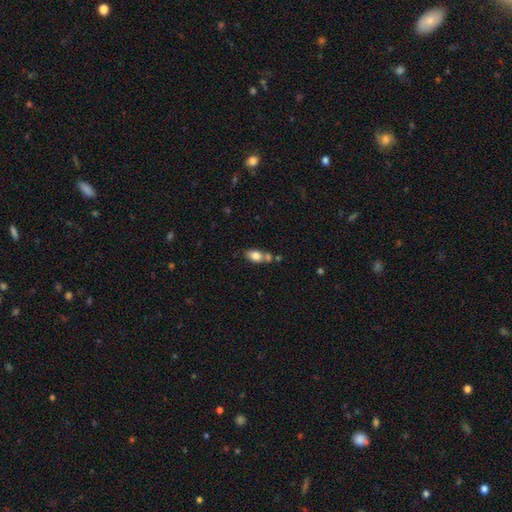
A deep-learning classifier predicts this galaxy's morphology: Q: Smooth or featured?
A: smooth (79%); runner-up: featured or disk (13%)
Q: How rounded?
A: in between (84%); runner-up: round (13%)
Q: Merging?
A: none (50%); runner-up: merger (30%)